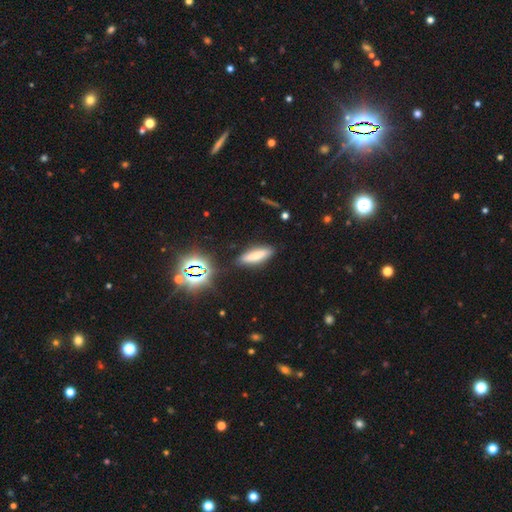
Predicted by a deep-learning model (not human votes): smooth-or-featured: smooth: 70% | featured or disk: 17% | star or artifact: 14%
  how-rounded: cigar-shaped: 53% | in between: 44% | round: 3%
  merging: none: 84% | minor disturbance: 11% | major disturbance: 3% | merger: 2%